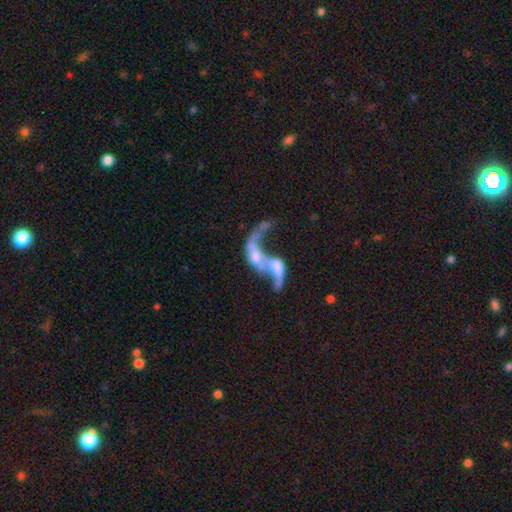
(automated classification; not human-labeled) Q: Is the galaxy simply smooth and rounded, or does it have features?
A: featured or disk — 65%.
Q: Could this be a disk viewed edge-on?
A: no — 93%.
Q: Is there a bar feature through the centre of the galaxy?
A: no — 73%.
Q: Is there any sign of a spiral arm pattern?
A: no — 60%.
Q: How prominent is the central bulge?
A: none — 40%.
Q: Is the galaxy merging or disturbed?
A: merger — 69%.